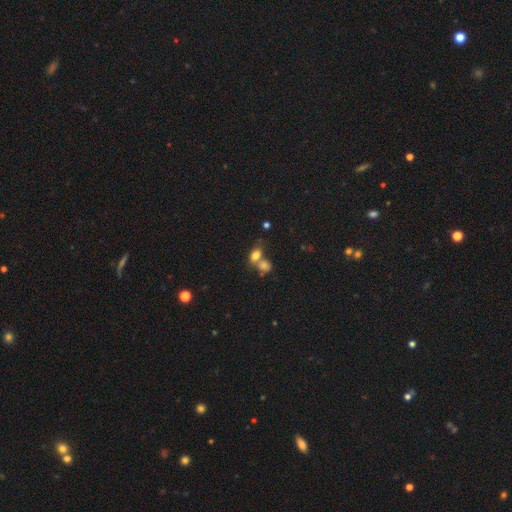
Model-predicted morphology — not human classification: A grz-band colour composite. It shows a smooth galaxy with no disk features (77%) that is in between round and cigar-shaped (76%). Merging: merger (54%).